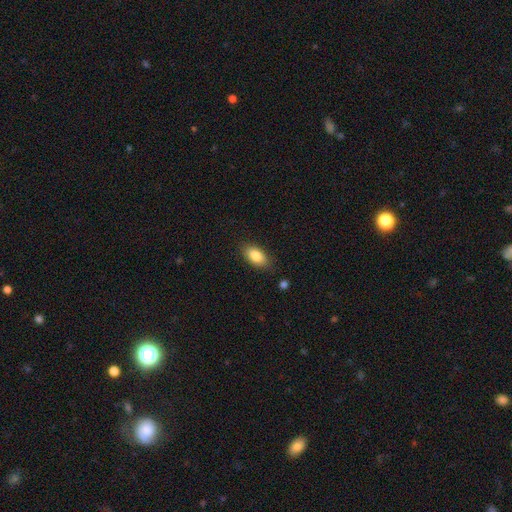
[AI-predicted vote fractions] Q: Smooth or featured?
A: smooth (85%); runner-up: featured or disk (8%)
Q: How rounded?
A: in between (91%); runner-up: round (5%)
Q: Merging?
A: none (85%); runner-up: minor disturbance (11%)